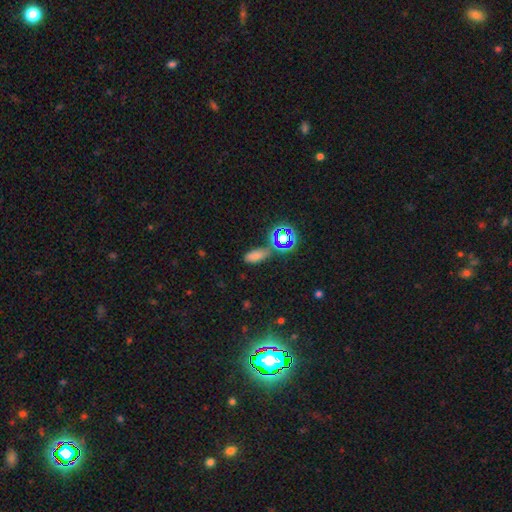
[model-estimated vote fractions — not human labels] A smooth galaxy with no disk features (63%) that is in between round and cigar-shaped (79%).

Vote fractions:
- Smooth or featured? smooth: 63% / star or artifact: 29% / featured or disk: 8%
- How rounded? in between: 79% / cigar-shaped: 14% / round: 7%
- Merging? none: 64% / minor disturbance: 18% / merger: 10% / major disturbance: 7%